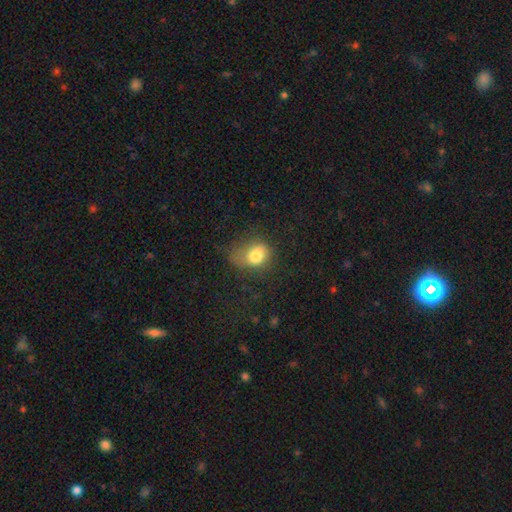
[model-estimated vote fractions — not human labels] Smooth or featured? smooth (77%)
How rounded? in between (51%)
Merging? none (42%)